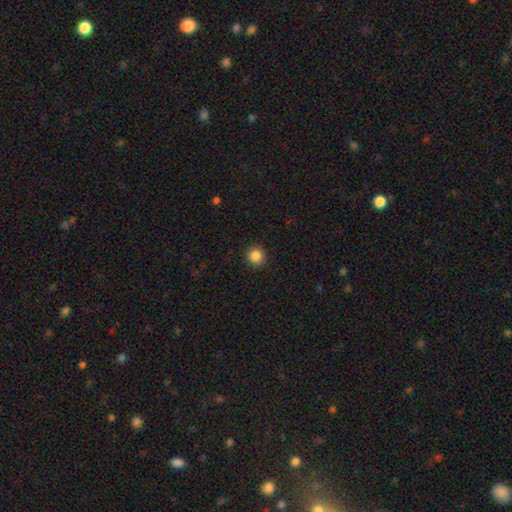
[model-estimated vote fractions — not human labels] A smooth galaxy with no disk features (86%) that is round (93%).

Vote fractions:
- Smooth or featured? smooth: 86% / star or artifact: 11% / featured or disk: 3%
- How rounded? round: 93% / in between: 6% / cigar-shaped: 1%
- Merging? none: 91% / minor disturbance: 6% / major disturbance: 2% / merger: 1%